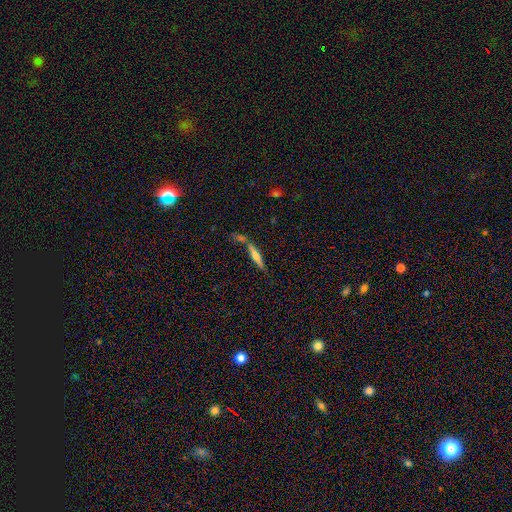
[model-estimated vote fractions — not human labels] smooth_or_featured: featured or disk (p=0.55) [alt: smooth p=0.38]
disk_edge_on: yes (p=0.94) [alt: no p=0.06]
edge_on_bulge: rounded (p=0.83) [alt: none p=0.09]
merging: none (p=0.62) [alt: merger p=0.19]